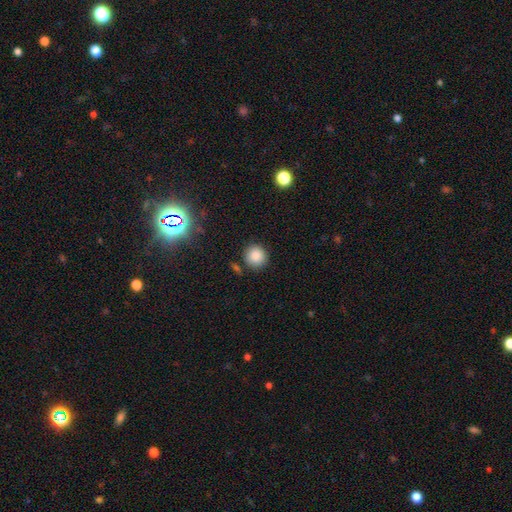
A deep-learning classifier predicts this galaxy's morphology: This is clearly a smooth galaxy (85%). How rounded: clearly round (91%). Merging: clearly none (85%).